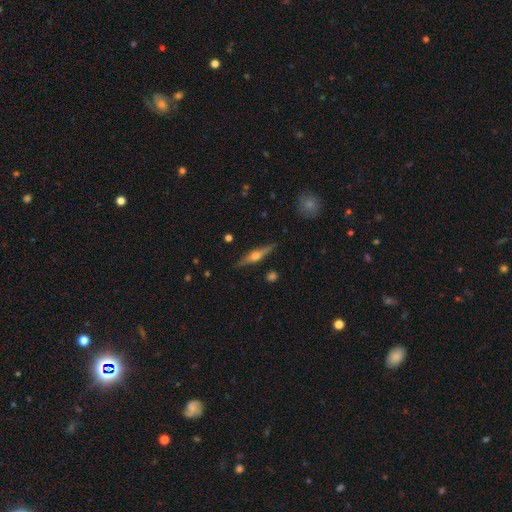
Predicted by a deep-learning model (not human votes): This appears to be a featured or disk galaxy (71%) viewed edge-on (97%) with a rounded central bulge (92%). Merging: none (88%).